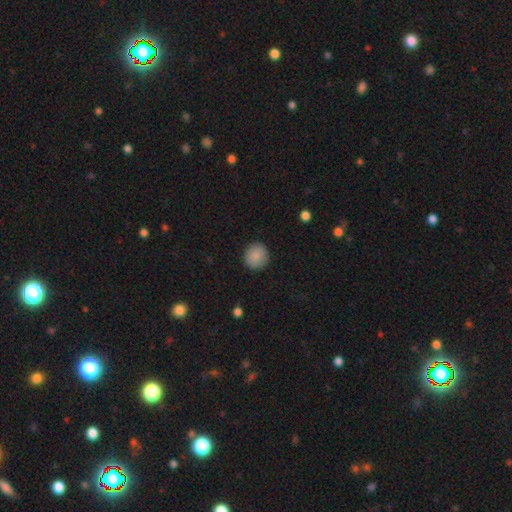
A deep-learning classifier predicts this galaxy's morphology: Q: Smooth or featured?
A: smooth (87%); runner-up: star or artifact (8%)
Q: How rounded?
A: round (90%); runner-up: in between (9%)
Q: Merging?
A: none (89%); runner-up: minor disturbance (8%)